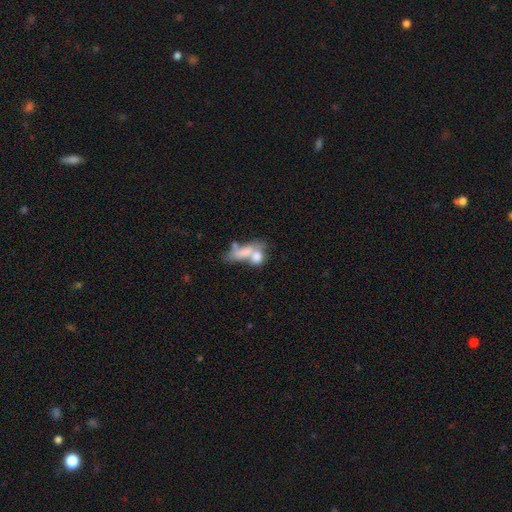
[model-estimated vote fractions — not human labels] Smooth or featured? smooth (64%)
How rounded? in between (67%)
Merging? merger (63%)